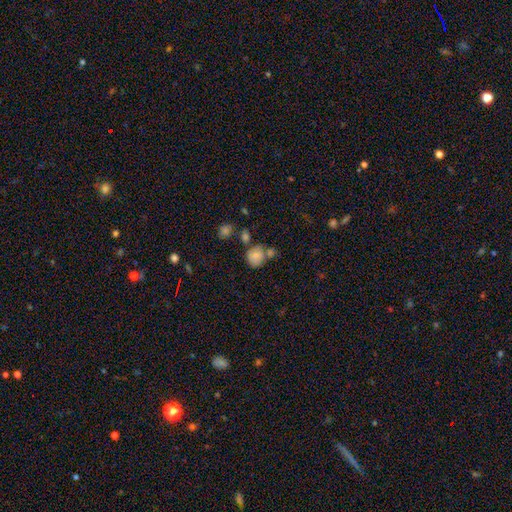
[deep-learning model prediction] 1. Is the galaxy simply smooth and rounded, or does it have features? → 79% smooth, 10% featured or disk, 10% star or artifact.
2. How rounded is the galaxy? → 75% round, 24% in between, 1% cigar-shaped.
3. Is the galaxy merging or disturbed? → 53% none, 25% merger, 17% minor disturbance, 6% major disturbance.